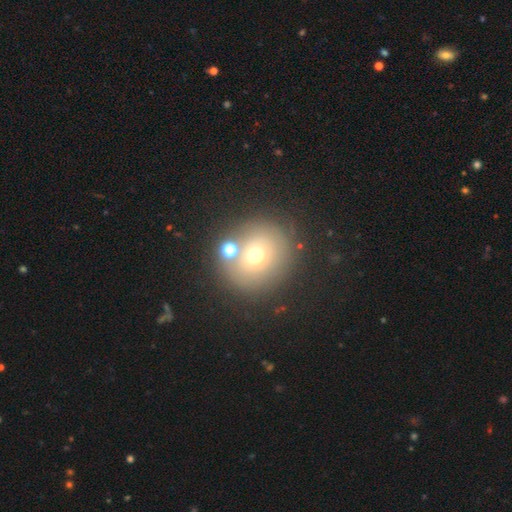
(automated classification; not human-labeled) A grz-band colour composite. It shows a smooth galaxy with no disk features (63%) that is round (86%). Merging: none (73%).